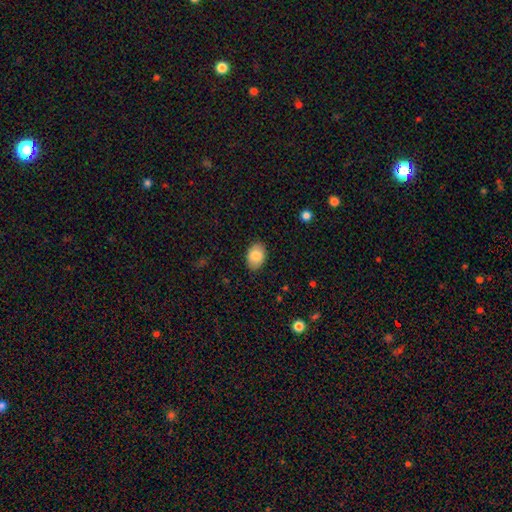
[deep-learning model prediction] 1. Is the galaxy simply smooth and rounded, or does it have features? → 85% smooth, 8% featured or disk, 7% star or artifact.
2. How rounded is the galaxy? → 84% in between, 15% round, 1% cigar-shaped.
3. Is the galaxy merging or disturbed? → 87% none, 10% minor disturbance, 2% major disturbance, 1% merger.